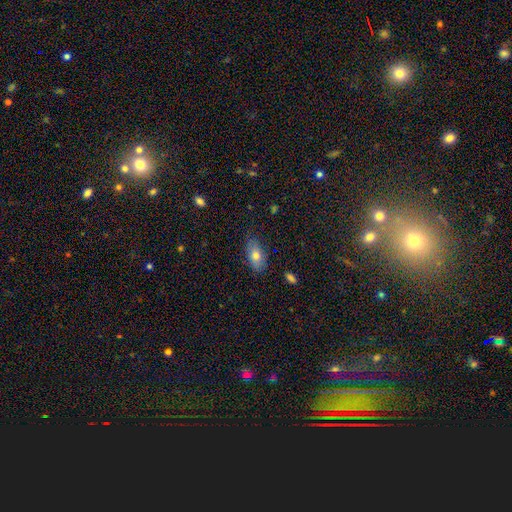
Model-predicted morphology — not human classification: Smooth or featured: smooth — 76% (featured or disk — 16%)
How rounded: in between — 88% (cigar-shaped — 6%)
Merging: none — 81% (minor disturbance — 15%)